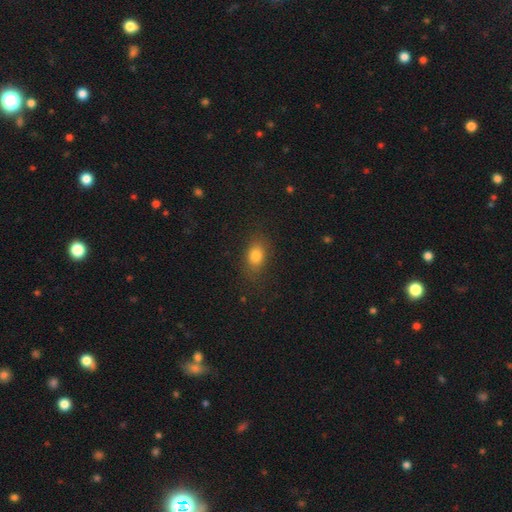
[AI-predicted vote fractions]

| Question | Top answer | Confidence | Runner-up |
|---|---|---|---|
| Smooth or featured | smooth | 80% | star or artifact (11%) |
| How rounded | in between | 73% | round (25%) |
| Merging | none | 81% | minor disturbance (13%) |